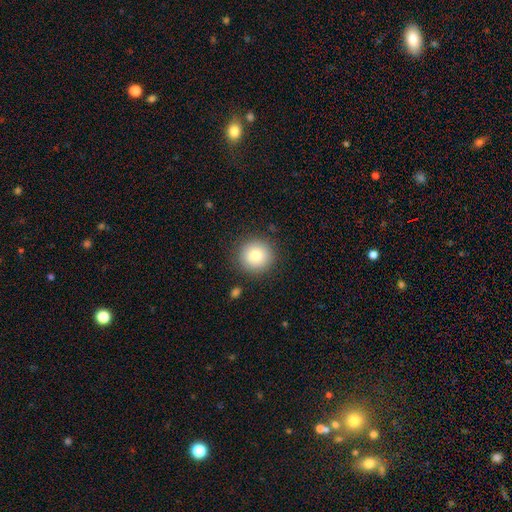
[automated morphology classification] The model was most divided on "smooth or featured": smooth: 80%, star or artifact: 10%, featured or disk: 10%. More confident: how rounded — round (96%); merging — none (89%).